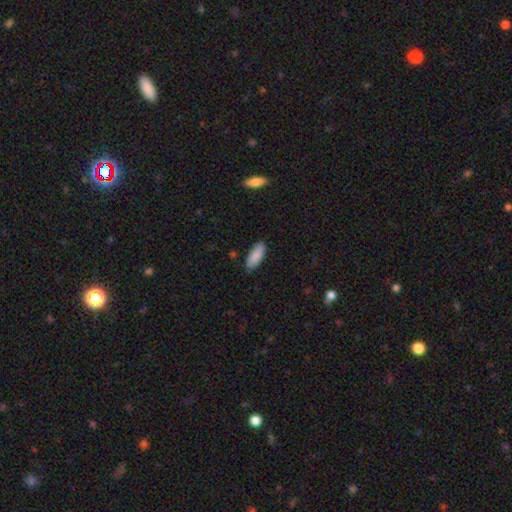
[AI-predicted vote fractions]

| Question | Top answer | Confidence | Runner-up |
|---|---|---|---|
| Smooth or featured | smooth | 89% | star or artifact (6%) |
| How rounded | in between | 77% | cigar-shaped (21%) |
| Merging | none | 84% | minor disturbance (12%) |